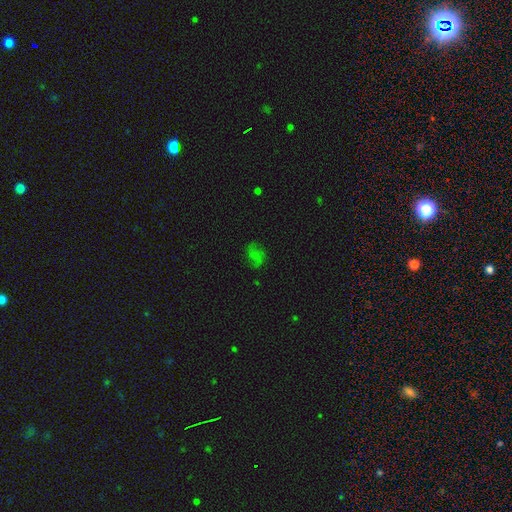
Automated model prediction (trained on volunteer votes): Overall: smooth (41%; featured or disk 39%). Merging: none (65%).